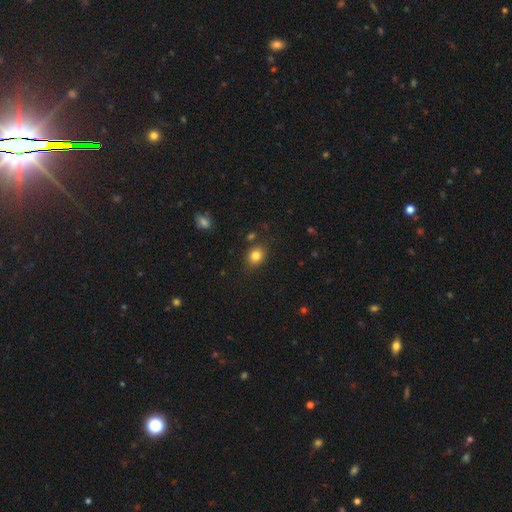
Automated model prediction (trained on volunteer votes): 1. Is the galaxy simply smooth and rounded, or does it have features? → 82% smooth, 11% star or artifact, 7% featured or disk.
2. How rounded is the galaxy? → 52% round, 47% in between, 1% cigar-shaped.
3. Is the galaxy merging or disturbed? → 83% none, 11% minor disturbance, 3% merger, 3% major disturbance.